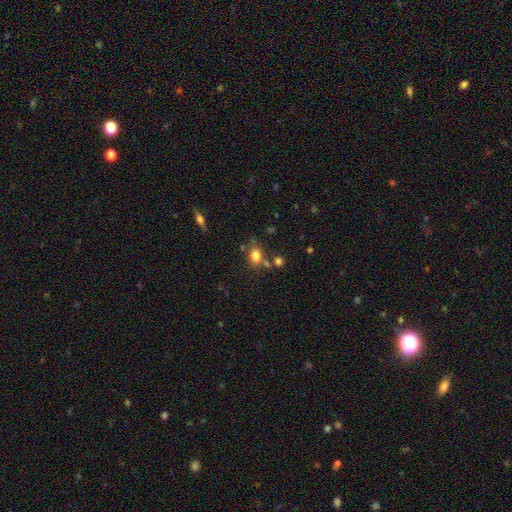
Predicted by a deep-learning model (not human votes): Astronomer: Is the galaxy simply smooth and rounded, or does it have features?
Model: smooth — 79%.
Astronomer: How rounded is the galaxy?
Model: in between — 61% (runner-up: round, 38%).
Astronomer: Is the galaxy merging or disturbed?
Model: none — 65%.